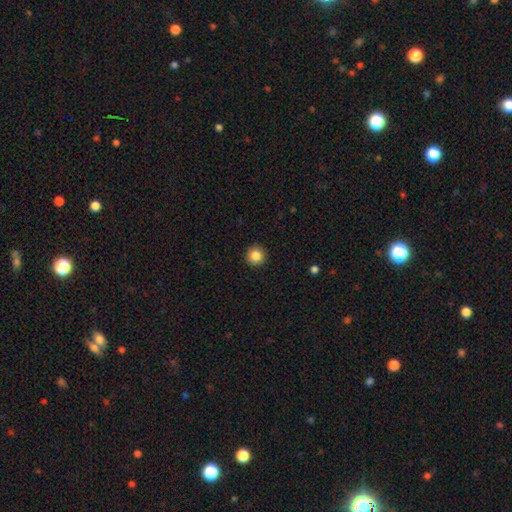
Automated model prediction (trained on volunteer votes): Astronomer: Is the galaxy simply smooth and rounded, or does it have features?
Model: smooth — 85%.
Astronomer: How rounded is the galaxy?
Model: round — 95%.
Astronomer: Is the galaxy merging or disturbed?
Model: none — 93%.